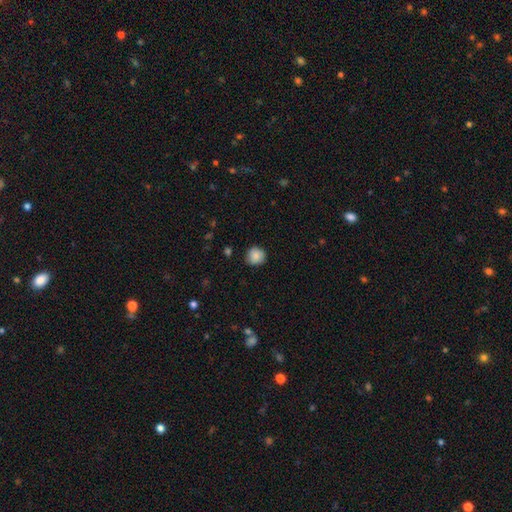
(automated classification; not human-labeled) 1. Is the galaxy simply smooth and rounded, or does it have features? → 86% smooth, 8% star or artifact, 6% featured or disk.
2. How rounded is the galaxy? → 92% round, 7% in between, 1% cigar-shaped.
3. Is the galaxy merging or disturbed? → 86% none, 10% minor disturbance, 2% major disturbance, 1% merger.